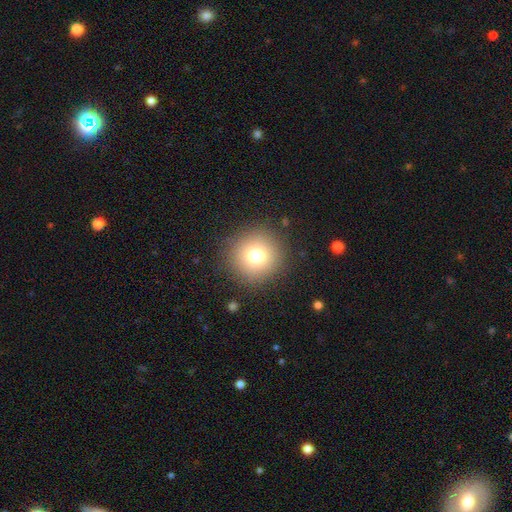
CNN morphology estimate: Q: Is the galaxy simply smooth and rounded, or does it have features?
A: smooth — 76%.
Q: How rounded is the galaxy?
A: round — 95%.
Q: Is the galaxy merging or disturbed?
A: none — 89%.